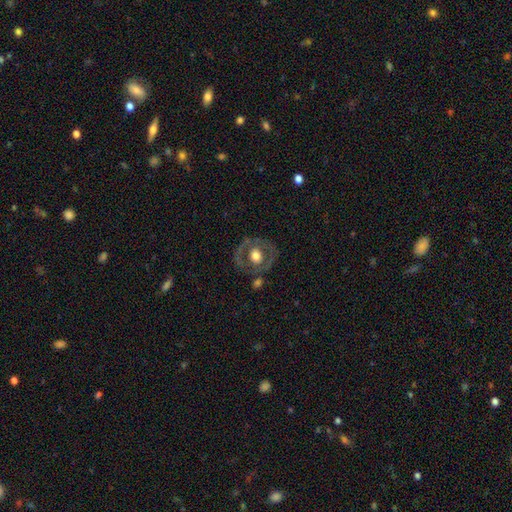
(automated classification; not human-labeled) smooth-or-featured: featured or disk: 56% | smooth: 38% | star or artifact: 6%
  disk-edge-on: no: 94% | yes: 6%
    bar: no: 84% | weak: 12% | strong: 4%
    has-spiral-arms: no: 83% | yes: 17%
    bulge-size: moderate: 53% | large: 39% | small: 4% | dominant: 2% | none: 1%
  merging: none: 72% | minor disturbance: 15% | major disturbance: 8% | merger: 5%